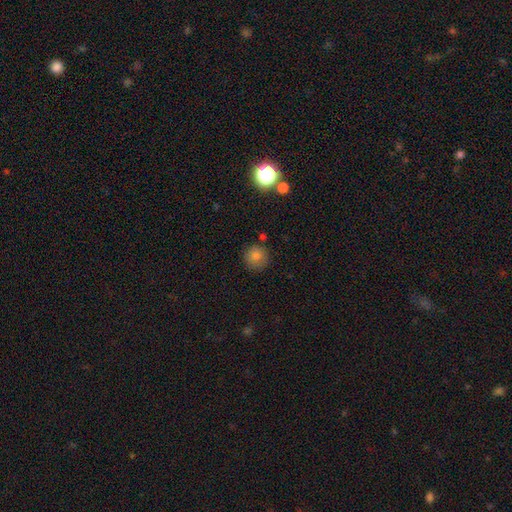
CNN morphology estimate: Overall: smooth (78%). How rounded: round (94%). Merging: none (84%).